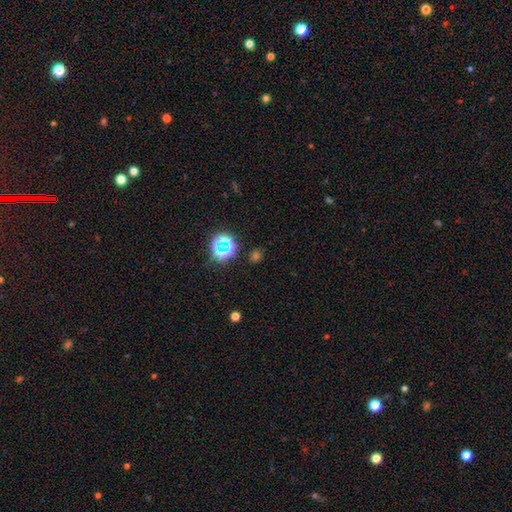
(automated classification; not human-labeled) Smooth or featured?
  - star or artifact: 48% *
  - smooth: 44%
  - featured or disk: 7%